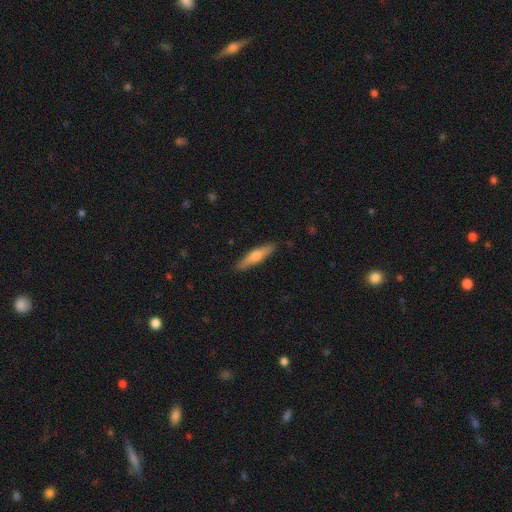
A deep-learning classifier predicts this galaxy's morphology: Smooth or featured? smooth (54%)
How rounded? cigar-shaped (85%)
Merging? none (89%)